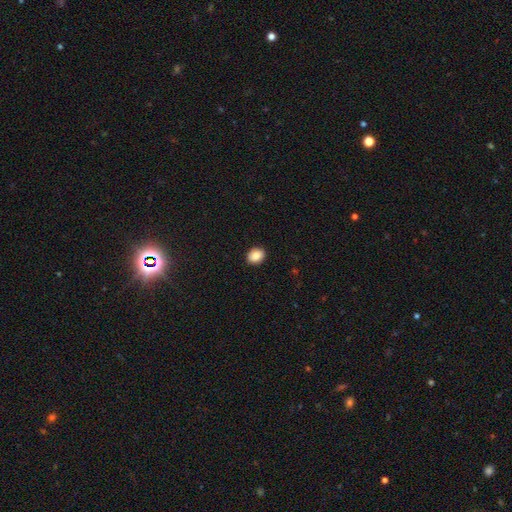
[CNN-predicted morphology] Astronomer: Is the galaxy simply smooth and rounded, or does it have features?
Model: smooth — 88%.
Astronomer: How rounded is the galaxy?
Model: round — 51% (runner-up: in between, 48%).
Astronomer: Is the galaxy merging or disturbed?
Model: none — 91%.